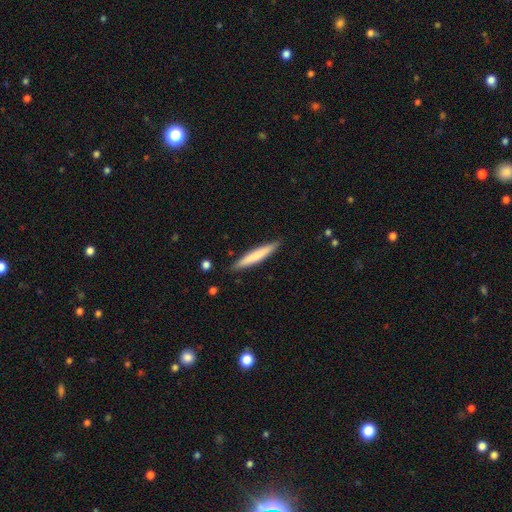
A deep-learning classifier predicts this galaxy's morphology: Smooth or featured? Predicted: smooth (p=0.71). How rounded? Predicted: cigar-shaped (p=0.94). Merging? Predicted: none (p=0.89).